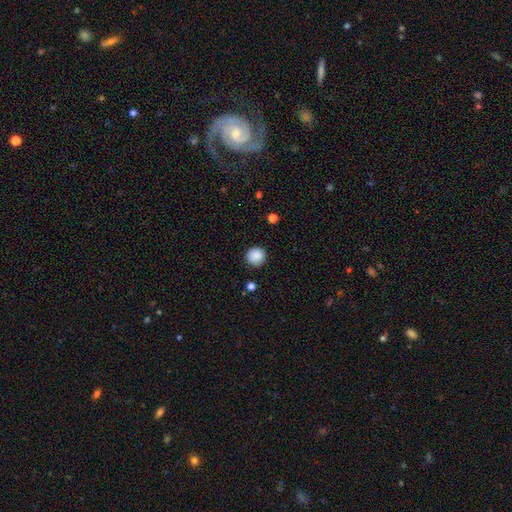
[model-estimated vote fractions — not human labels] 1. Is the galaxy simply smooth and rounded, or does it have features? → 88% smooth, 9% star or artifact, 3% featured or disk.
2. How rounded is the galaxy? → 94% round, 5% in between, 1% cigar-shaped.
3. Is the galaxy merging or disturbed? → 90% none, 7% minor disturbance, 2% major disturbance, 1% merger.